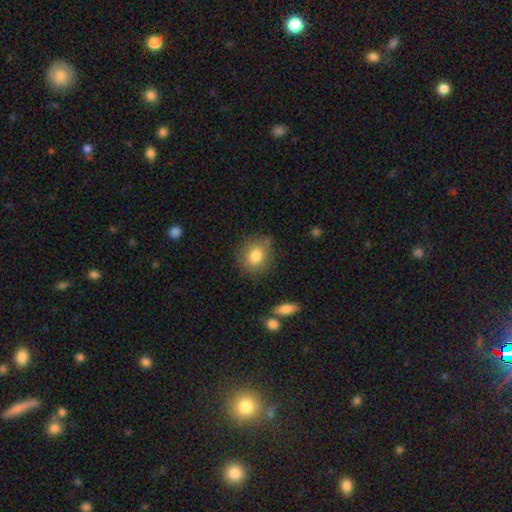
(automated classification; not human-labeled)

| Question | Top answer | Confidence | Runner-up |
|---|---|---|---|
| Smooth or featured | smooth | 81% | featured or disk (10%) |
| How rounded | round | 67% | in between (31%) |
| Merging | none | 78% | minor disturbance (15%) |